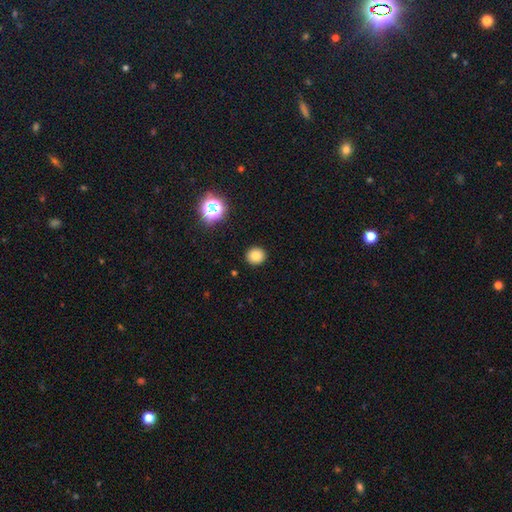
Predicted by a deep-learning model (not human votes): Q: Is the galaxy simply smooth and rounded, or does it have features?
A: smooth — 81%.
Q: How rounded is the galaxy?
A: round — 89%.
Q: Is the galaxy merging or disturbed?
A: none — 92%.